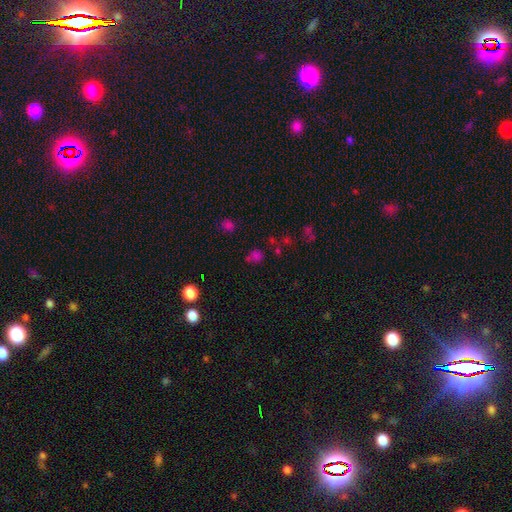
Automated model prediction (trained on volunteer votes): This is possibly a smooth galaxy (60%). How rounded: likely round (69%). Merging: possibly none (60%).